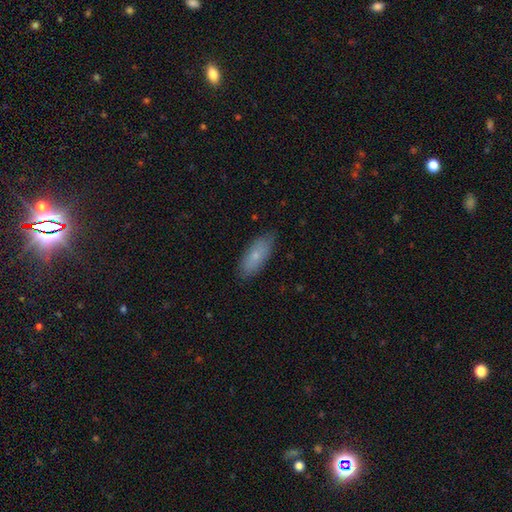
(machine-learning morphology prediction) Q: Smooth or featured?
A: smooth (74%); runner-up: featured or disk (20%)
Q: How rounded?
A: in between (75%); runner-up: cigar-shaped (23%)
Q: Merging?
A: none (84%); runner-up: minor disturbance (13%)